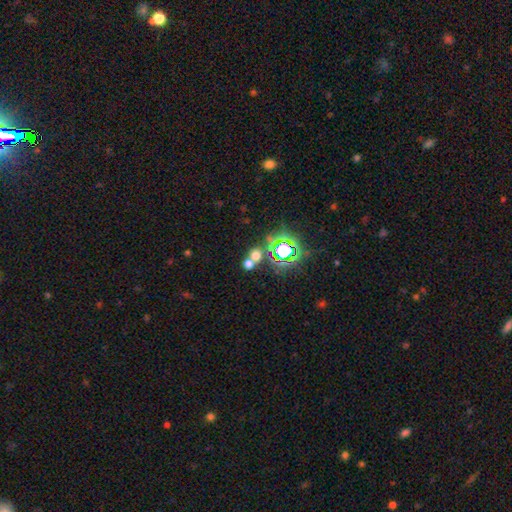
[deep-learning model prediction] Smooth or featured?
  - smooth: 52% *
  - star or artifact: 38%
  - featured or disk: 10%
How rounded?
  - round: 76% *
  - in between: 22%
  - cigar-shaped: 2%
Merging?
  - none: 52% *
  - merger: 38%
  - minor disturbance: 6%
  - major disturbance: 4%